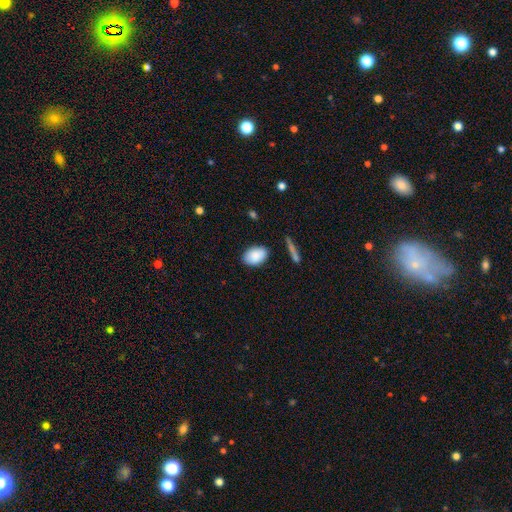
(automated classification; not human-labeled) Smooth or featured: smooth — 87% (star or artifact — 7%)
How rounded: in between — 88% (round — 11%)
Merging: none — 83% (minor disturbance — 12%)